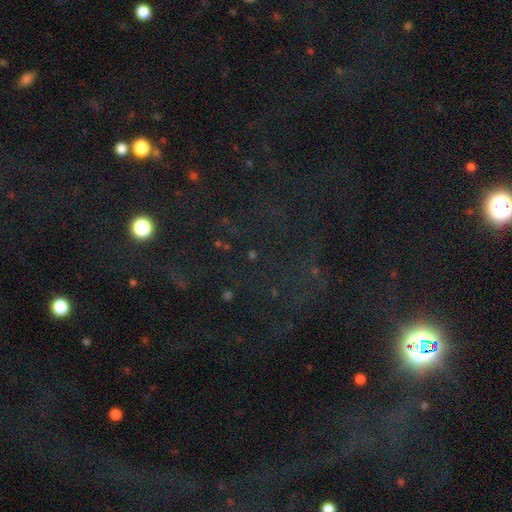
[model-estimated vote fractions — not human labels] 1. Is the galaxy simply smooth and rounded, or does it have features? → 74% star or artifact, 15% smooth, 11% featured or disk.